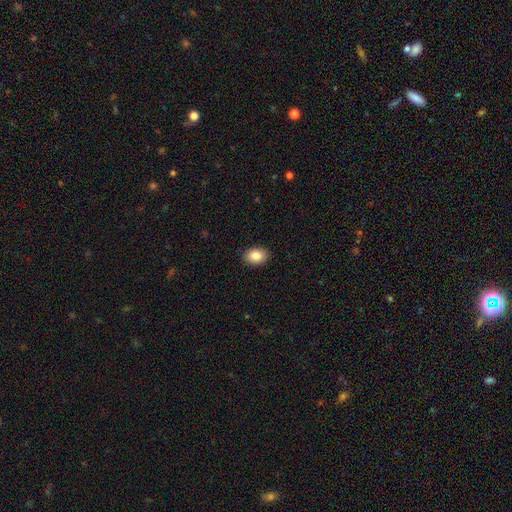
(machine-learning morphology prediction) A smooth galaxy with no disk features (86%) that is in between round and cigar-shaped (76%).

Vote fractions:
- Smooth or featured? smooth: 86% / star or artifact: 8% / featured or disk: 7%
- How rounded? in between: 76% / round: 23% / cigar-shaped: 1%
- Merging? none: 90% / minor disturbance: 8% / major disturbance: 2% / merger: 1%